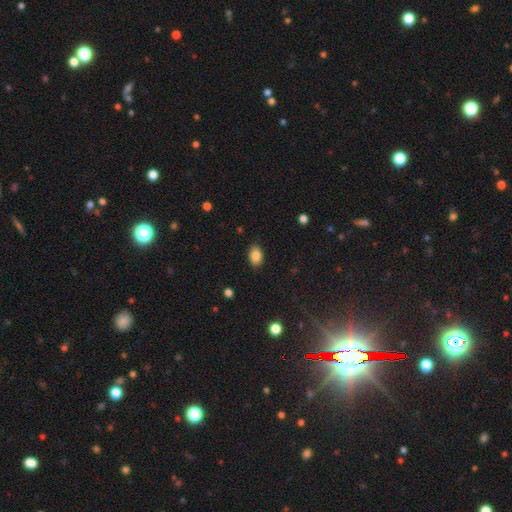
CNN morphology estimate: The model was most divided on "how rounded": in between: 86%, round: 13%, cigar-shaped: 1%. More confident: merging — none (87%); smooth or featured — smooth (86%).